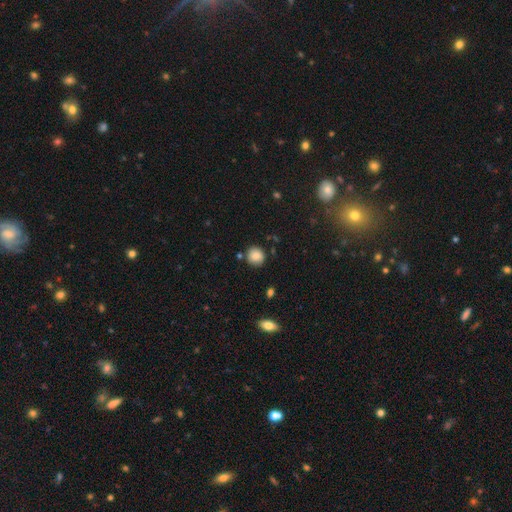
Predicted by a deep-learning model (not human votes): Smooth or featured?
  - smooth: 84% *
  - star or artifact: 10%
  - featured or disk: 6%
How rounded?
  - round: 88% *
  - in between: 11%
  - cigar-shaped: 1%
Merging?
  - none: 82% *
  - minor disturbance: 12%
  - merger: 3%
  - major disturbance: 3%